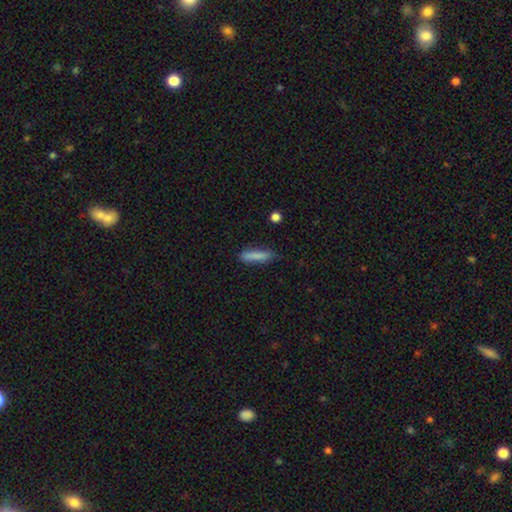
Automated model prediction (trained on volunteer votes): The model was most divided on "merging": none: 77%, minor disturbance: 17%, major disturbance: 4%, merger: 2%. More confident: smooth or featured — smooth (83%); how rounded — cigar-shaped (81%).